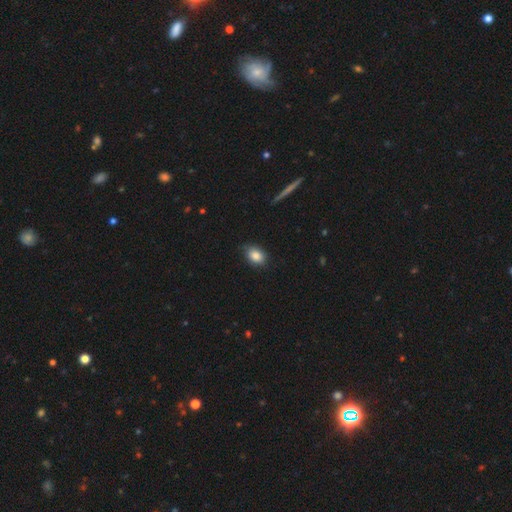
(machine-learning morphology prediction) Smooth or featured: smooth — 85% (star or artifact — 9%)
How rounded: in between — 77% (round — 21%)
Merging: none — 80% (minor disturbance — 17%)